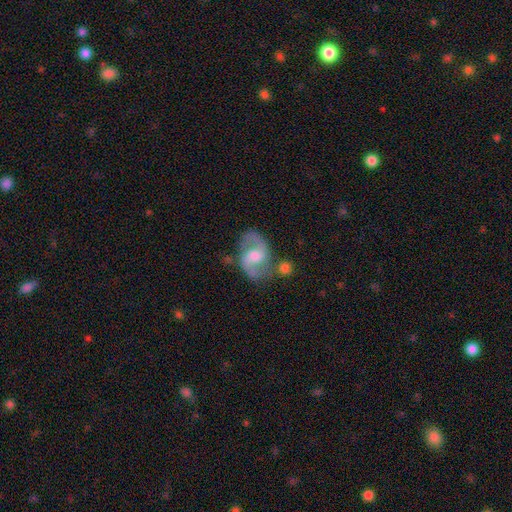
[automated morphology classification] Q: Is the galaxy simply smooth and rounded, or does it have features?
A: featured or disk — 85%.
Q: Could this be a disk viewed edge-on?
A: no — 97%.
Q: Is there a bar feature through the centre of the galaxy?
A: weak — 52%.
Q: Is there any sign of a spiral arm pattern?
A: yes — 96%.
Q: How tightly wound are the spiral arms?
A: medium — 53%.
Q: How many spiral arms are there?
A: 2 — 93%.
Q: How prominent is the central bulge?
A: moderate — 56%.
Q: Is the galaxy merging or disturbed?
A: none — 65%.